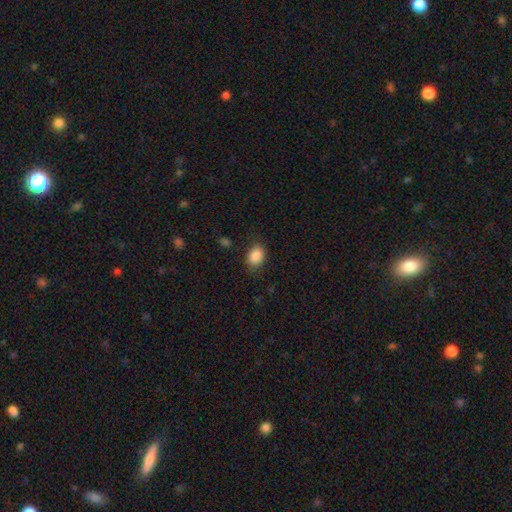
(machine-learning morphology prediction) Smooth or featured: smooth — 88% (star or artifact — 8%)
How rounded: in between — 76% (round — 23%)
Merging: none — 82% (minor disturbance — 13%)